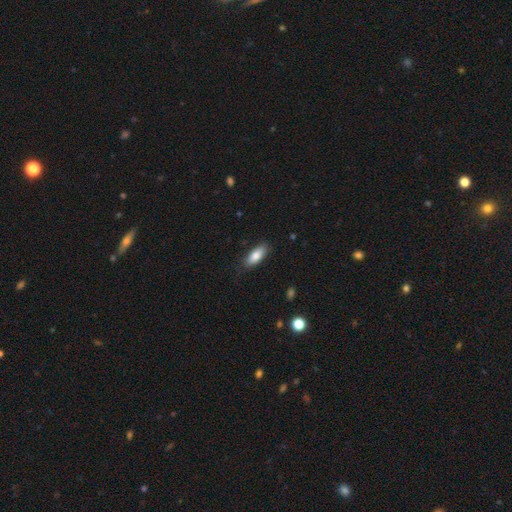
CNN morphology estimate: A smooth galaxy with no disk features (83%) that is in between round and cigar-shaped (77%). Merging: none (82%).